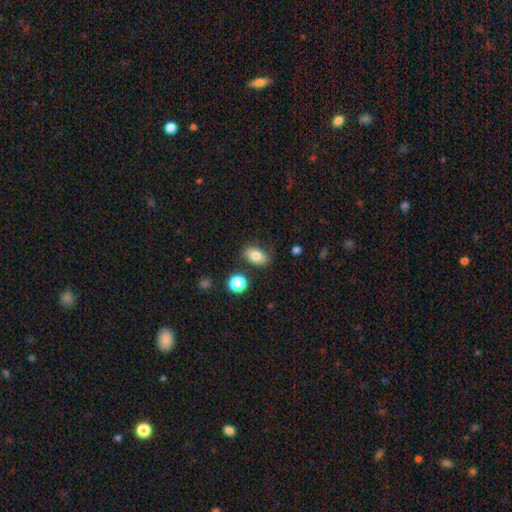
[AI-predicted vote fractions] Smooth or featured? smooth (80%)
How rounded? in between (86%)
Merging? none (81%)